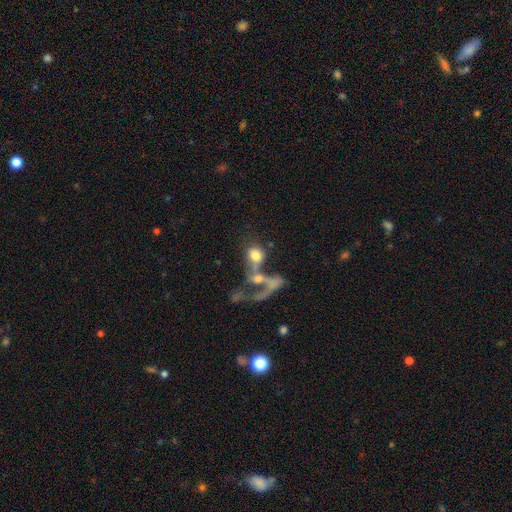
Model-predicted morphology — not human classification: This is possibly a smooth galaxy (59%). How rounded: possibly round (55%). Merging: possibly merger (56%).